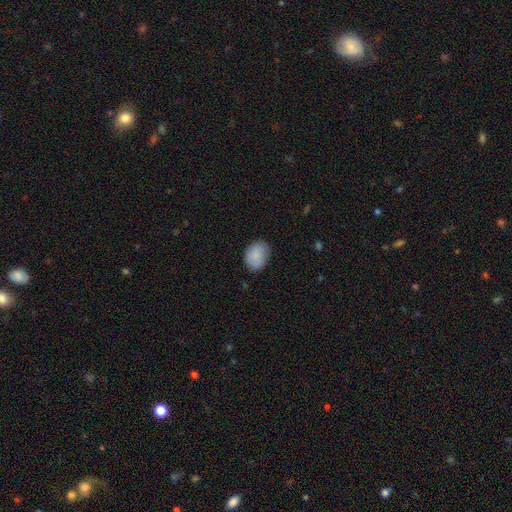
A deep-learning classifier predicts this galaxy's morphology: This is clearly a smooth galaxy (86%). How rounded: likely in between (68%). Merging: likely none (77%).